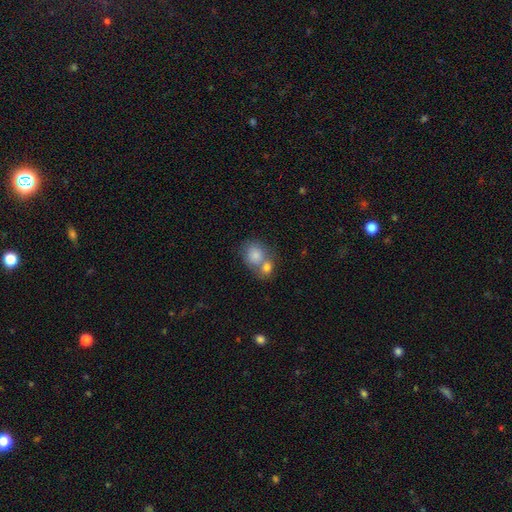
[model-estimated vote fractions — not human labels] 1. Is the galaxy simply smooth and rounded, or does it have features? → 81% smooth, 11% featured or disk, 8% star or artifact.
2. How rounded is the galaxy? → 65% round, 34% in between, 1% cigar-shaped.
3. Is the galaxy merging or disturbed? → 54% merger, 33% none, 9% minor disturbance, 4% major disturbance.